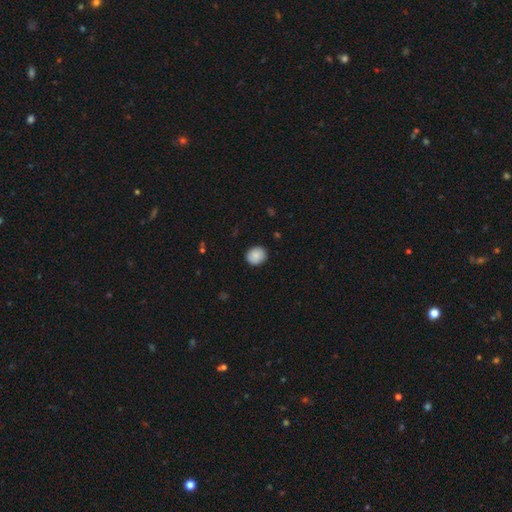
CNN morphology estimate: This is clearly a smooth galaxy (87%). How rounded: likely round (72%). Merging: clearly none (87%).